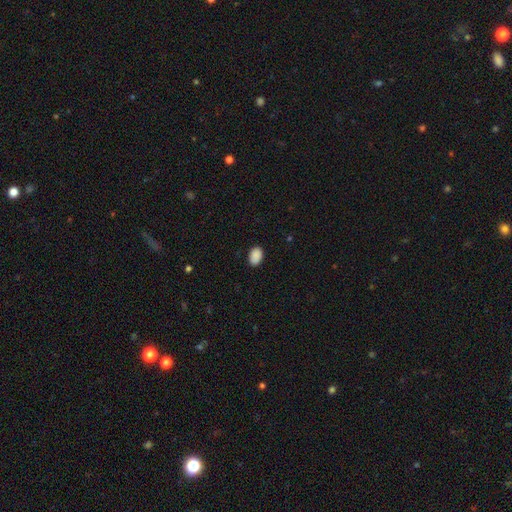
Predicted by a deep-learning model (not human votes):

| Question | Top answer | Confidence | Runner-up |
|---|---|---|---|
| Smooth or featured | smooth | 90% | star or artifact (8%) |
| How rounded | in between | 87% | round (11%) |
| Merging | none | 87% | minor disturbance (10%) |